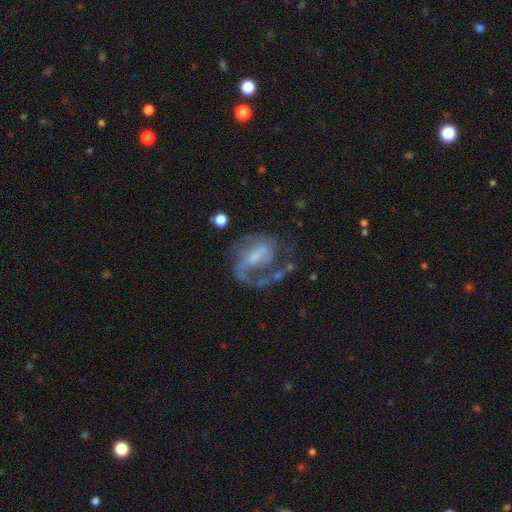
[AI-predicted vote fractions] Smooth or featured: featured or disk — 81% (smooth — 11%)
Edge-on disk: no — 97% (yes — 3%)
Bar: weak — 44% (strong — 33%)
Spiral arms: yes — 88% (no — 12%)
Spiral winding: medium — 47% (tight — 31%)
Spiral arm count: 2 — 44% (1 — 41%)
Bulge size: small — 41% (moderate — 28%)
Merging: none — 46% (major disturbance — 31%)